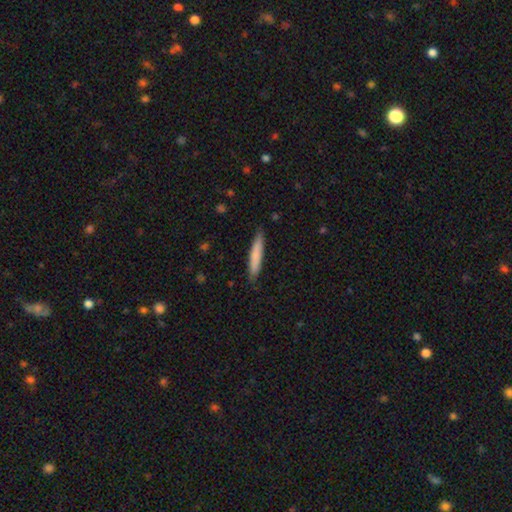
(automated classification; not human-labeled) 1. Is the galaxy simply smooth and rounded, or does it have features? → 78% smooth, 17% featured or disk, 5% star or artifact.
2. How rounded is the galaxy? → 92% cigar-shaped, 7% in between, 1% round.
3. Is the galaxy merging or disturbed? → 86% none, 11% minor disturbance, 2% major disturbance, 1% merger.